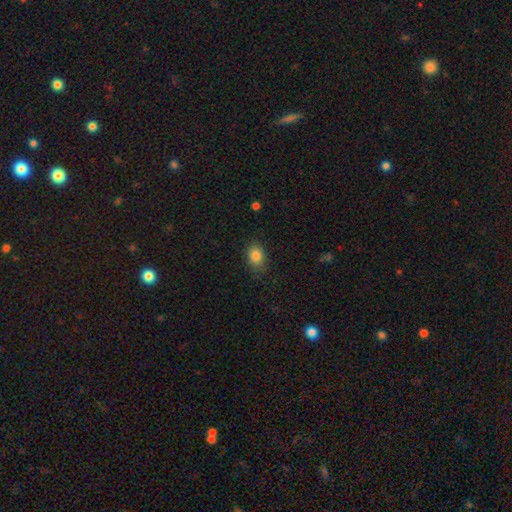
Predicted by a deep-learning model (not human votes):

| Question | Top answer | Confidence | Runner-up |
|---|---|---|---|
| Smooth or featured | smooth | 85% | star or artifact (10%) |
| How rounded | in between | 73% | round (26%) |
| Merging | none | 82% | minor disturbance (14%) |